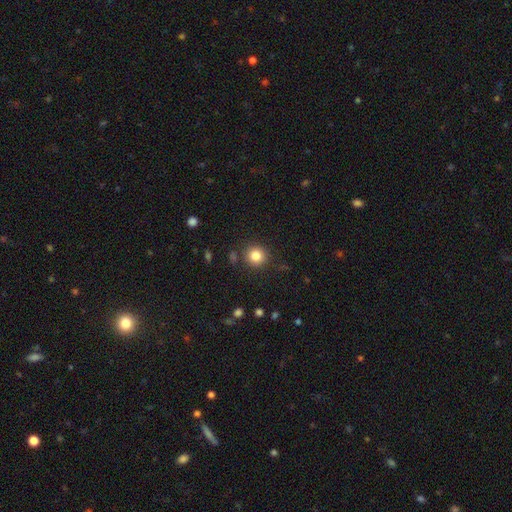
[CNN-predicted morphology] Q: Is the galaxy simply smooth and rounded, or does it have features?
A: smooth — 83%.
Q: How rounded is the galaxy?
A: round — 92%.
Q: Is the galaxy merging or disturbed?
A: none — 88%.